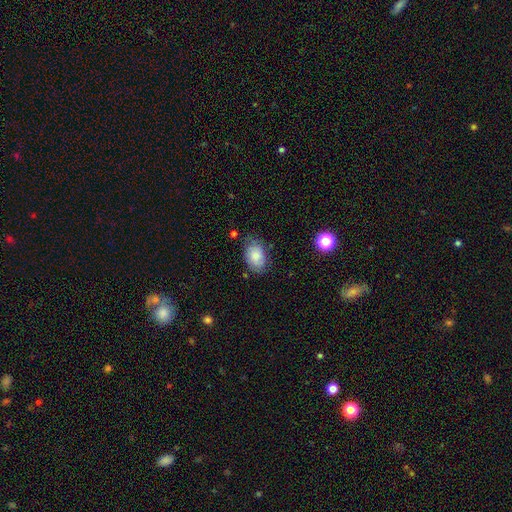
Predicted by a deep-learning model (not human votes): Smooth or featured: smooth — 68% (featured or disk — 24%)
How rounded: in between — 86% (round — 13%)
Merging: none — 68% (minor disturbance — 23%)